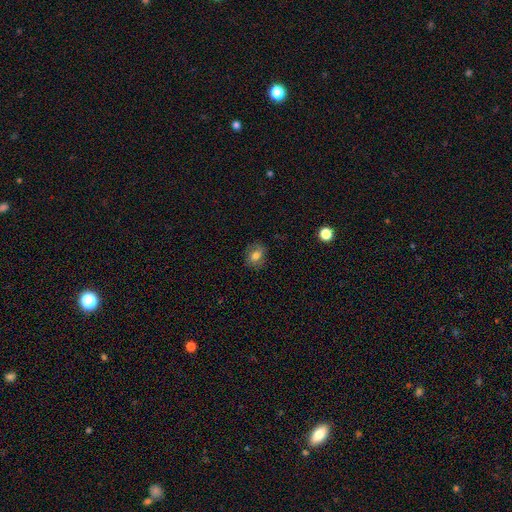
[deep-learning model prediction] Smooth or featured? Predicted: smooth (p=0.71). How rounded? Predicted: round (p=0.54). Merging? Predicted: none (p=0.80).